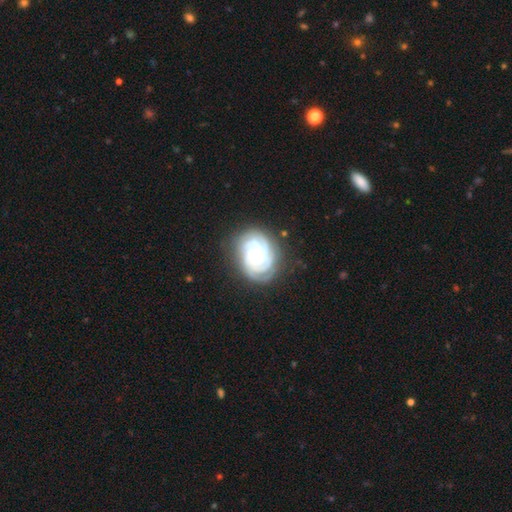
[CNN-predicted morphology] This appears to be a featured or disk galaxy (86%) with no bar (62%), 3 (30%) tight (78%) spiral arms (97%) and a moderate central bulge (71%). Merging: none (77%).